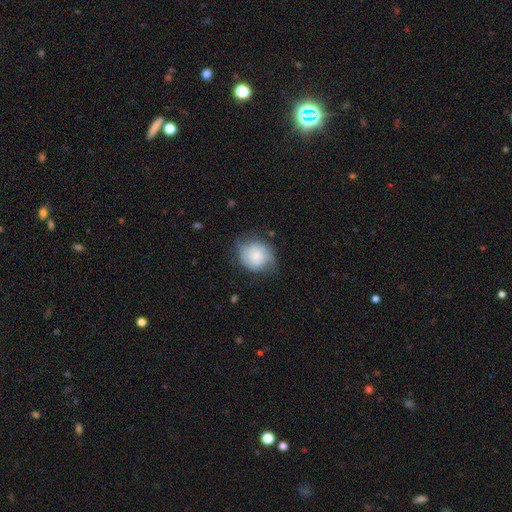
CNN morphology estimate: A smooth galaxy with no disk features (62%) that is round (73%). Merging: none (57%).